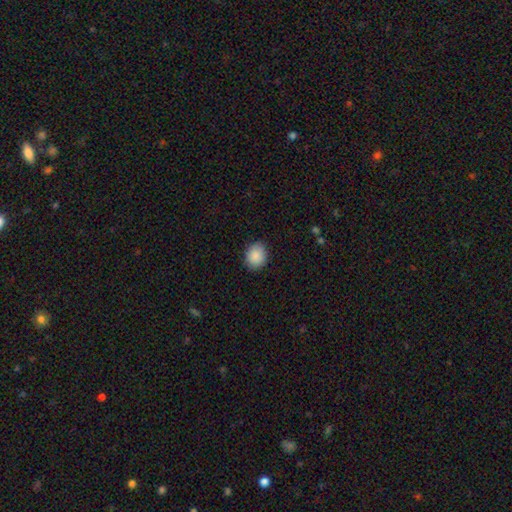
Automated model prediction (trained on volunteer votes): Smooth or featured: smooth — 89% (star or artifact — 7%)
How rounded: round — 61% (in between — 38%)
Merging: none — 87% (minor disturbance — 10%)